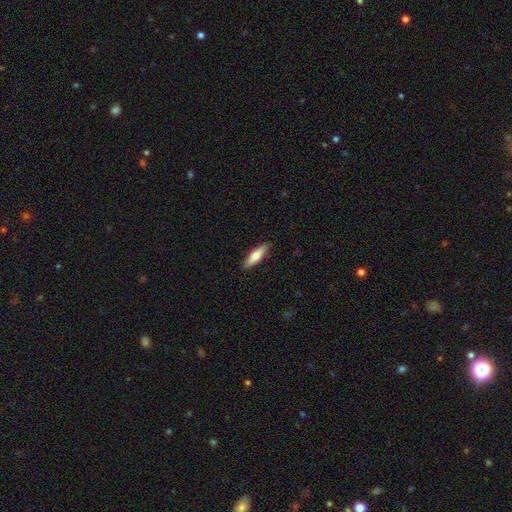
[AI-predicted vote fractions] A smooth galaxy with no disk features (71%) that is cigar-shaped (59%). Merging: none (89%).